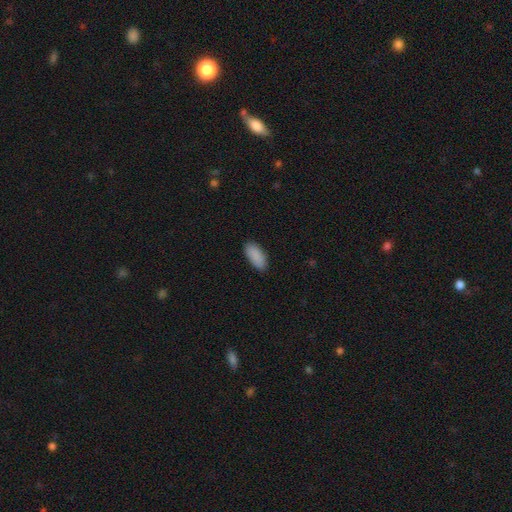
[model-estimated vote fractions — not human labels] This is clearly a smooth galaxy (89%). How rounded: clearly in between (89%). Merging: clearly none (85%).